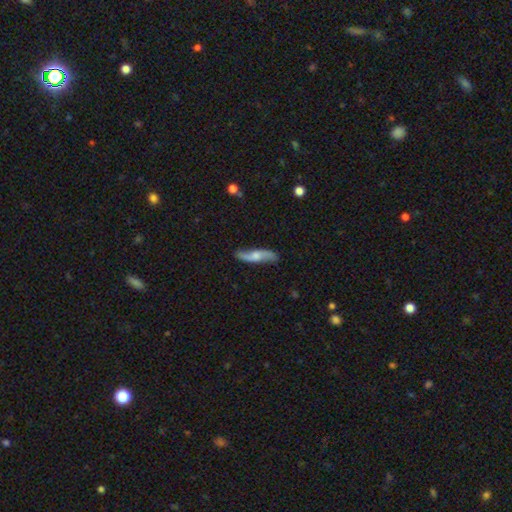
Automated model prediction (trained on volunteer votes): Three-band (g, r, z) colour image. It shows a featured or disk galaxy (56%). Merging: none (79%).